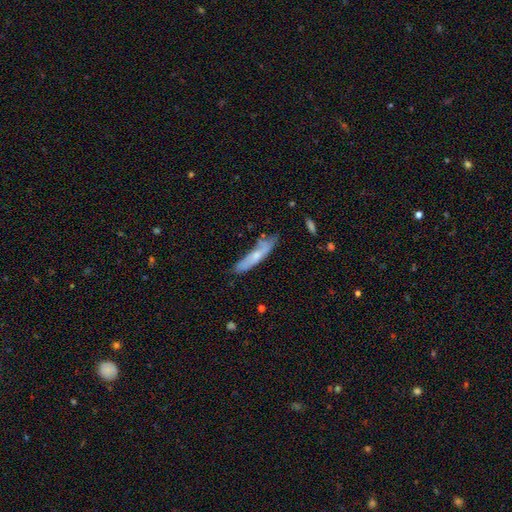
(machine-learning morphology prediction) smooth-or-featured: smooth: 57% | featured or disk: 36% | star or artifact: 6%
  how-rounded: cigar-shaped: 83% | in between: 15% | round: 2%
  merging: none: 66% | minor disturbance: 25% | major disturbance: 5% | merger: 4%